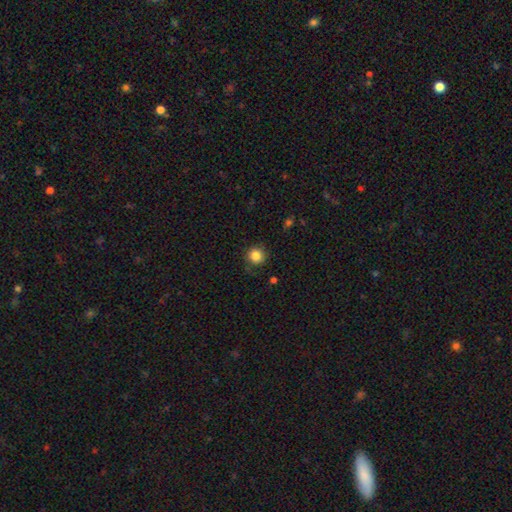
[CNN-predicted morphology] Smooth or featured?
  - smooth: 84% *
  - star or artifact: 10%
  - featured or disk: 6%
How rounded?
  - round: 92% *
  - in between: 7%
  - cigar-shaped: 1%
Merging?
  - none: 80% *
  - minor disturbance: 14%
  - major disturbance: 4%
  - merger: 1%